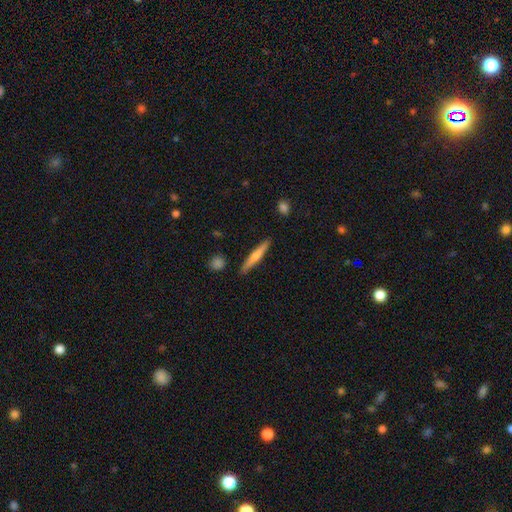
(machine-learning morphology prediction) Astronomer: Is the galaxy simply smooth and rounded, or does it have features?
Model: smooth — 59% (runner-up: featured or disk, 36%).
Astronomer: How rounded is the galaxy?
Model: cigar-shaped — 93%.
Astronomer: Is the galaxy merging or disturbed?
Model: none — 89%.